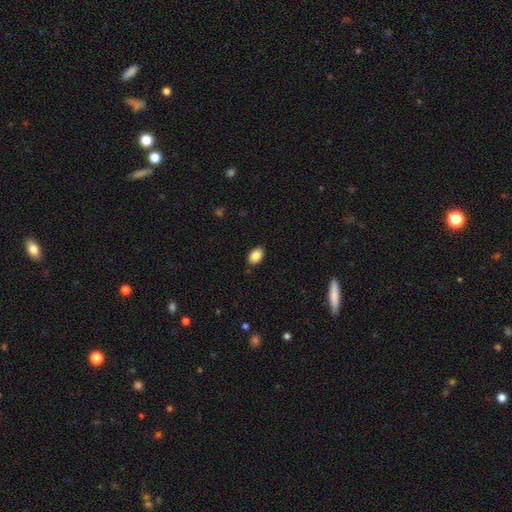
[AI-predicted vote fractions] This appears to be a smooth galaxy with no disk features (88%) that is in between round and cigar-shaped (86%). Merging: none (86%).